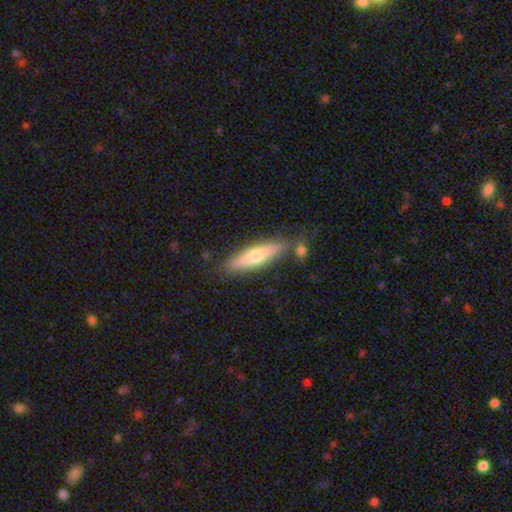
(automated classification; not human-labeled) Overall: smooth (48%; featured or disk 46%). Merging: none (79%).